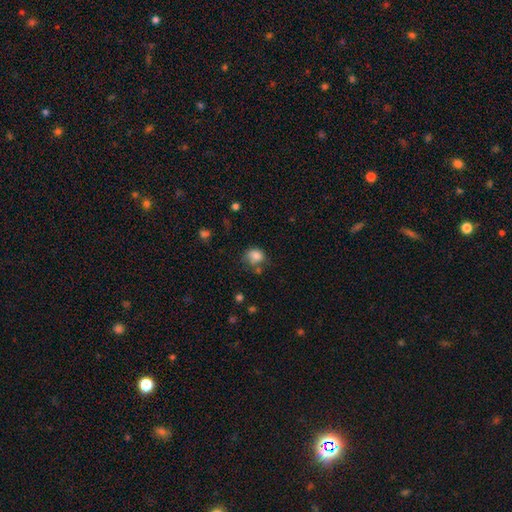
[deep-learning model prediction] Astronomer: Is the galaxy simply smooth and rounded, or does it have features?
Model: smooth — 81%.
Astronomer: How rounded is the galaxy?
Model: round — 58% (runner-up: in between, 41%).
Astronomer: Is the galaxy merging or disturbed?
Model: none — 48% (runner-up: minor disturbance, 28%).